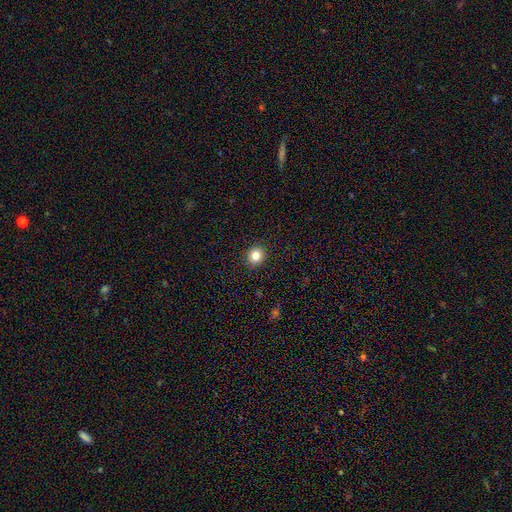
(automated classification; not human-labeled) Smooth or featured? Predicted: smooth (p=0.83). How rounded? Predicted: round (p=0.86). Merging? Predicted: none (p=0.92).